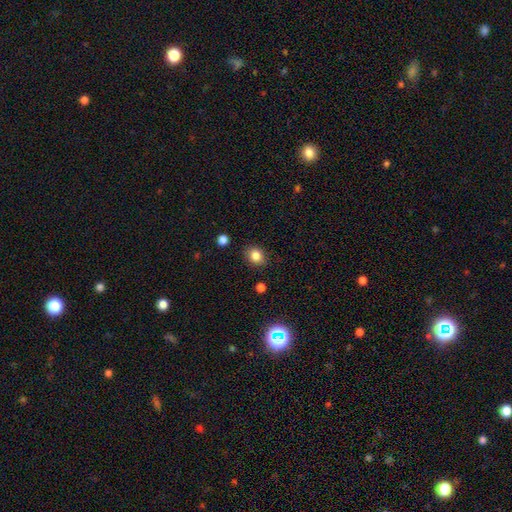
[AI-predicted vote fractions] Smooth or featured? smooth (83%)
How rounded? round (58%)
Merging? none (86%)